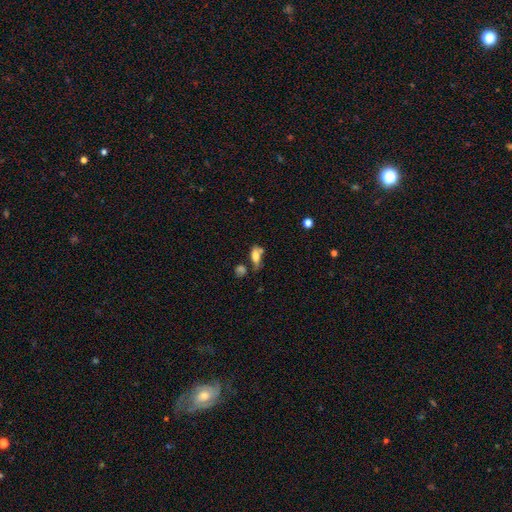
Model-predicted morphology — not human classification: The model was most divided on "merging": none: 36%, merger: 24%, minor disturbance: 22%, major disturbance: 18%. More confident: how rounded — in between (76%); smooth or featured — smooth (62%).